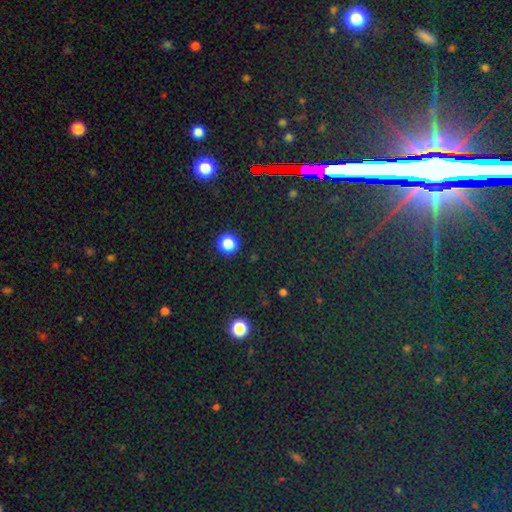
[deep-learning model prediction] This is likely a star or artifact rather than a galaxy (79%).